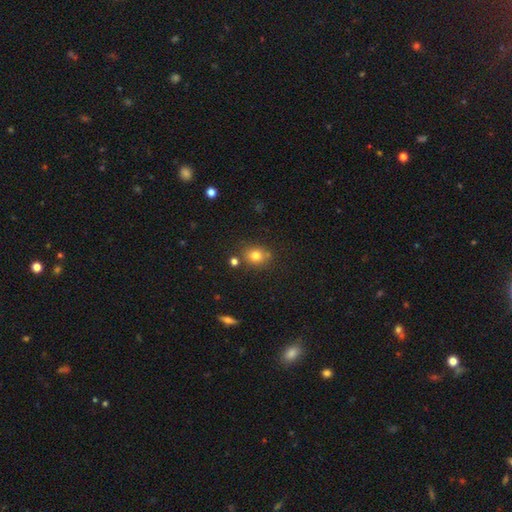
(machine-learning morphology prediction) This appears to be a smooth galaxy with no disk features (78%) that is round (61%). Merging: none (74%).